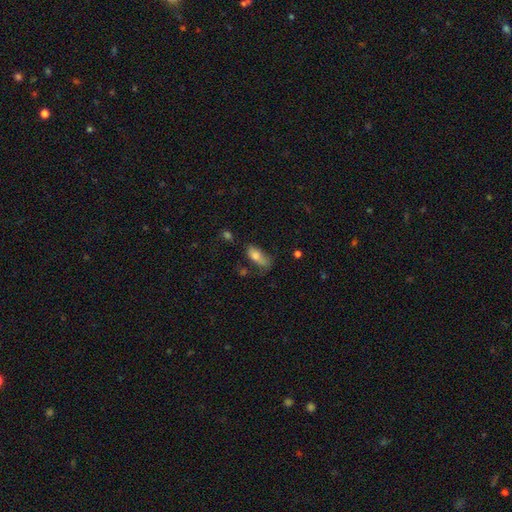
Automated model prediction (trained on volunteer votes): A smooth galaxy with no disk features (77%) that is in between round and cigar-shaped (82%).

Vote fractions:
- Smooth or featured? smooth: 77% / featured or disk: 15% / star or artifact: 8%
- How rounded? in between: 82% / cigar-shaped: 14% / round: 4%
- Merging? none: 42% / minor disturbance: 33% / major disturbance: 19% / merger: 6%